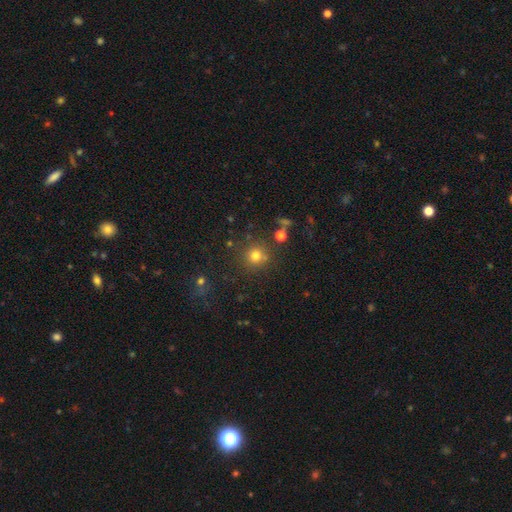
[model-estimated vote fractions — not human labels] smooth 74%, star or artifact 18%, featured or disk 7%. Down the decision tree: how rounded — round (92%); merging — none (79%).